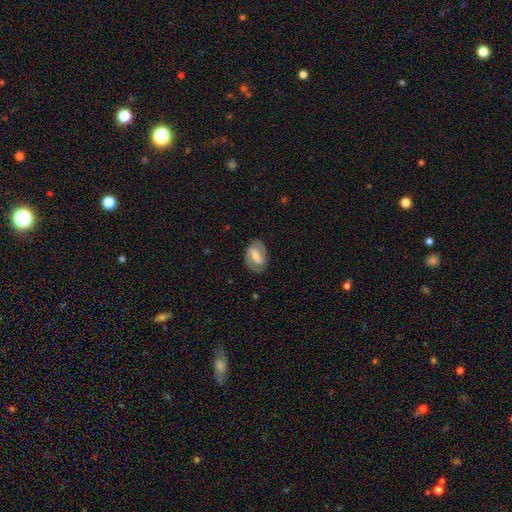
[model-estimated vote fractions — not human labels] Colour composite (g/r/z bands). It shows a featured or disk galaxy (71%) with a strong bar (54%), 2 (85%) medium (46%) spiral arms (84%) and a moderate central bulge (41%). Merging: none (82%).